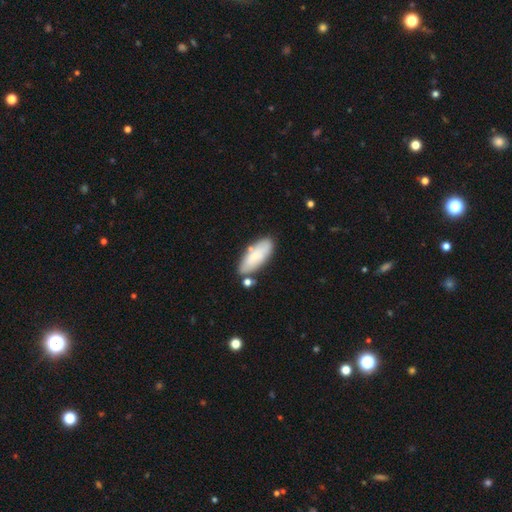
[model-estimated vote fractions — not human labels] This appears to be a smooth galaxy with no disk features (75%) that is in between round and cigar-shaped (77%). Merging: none (71%).